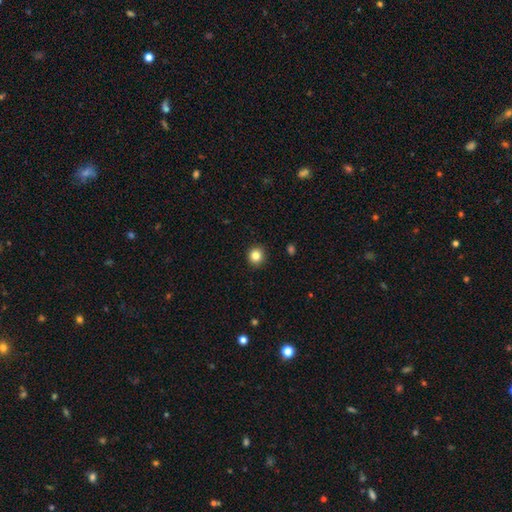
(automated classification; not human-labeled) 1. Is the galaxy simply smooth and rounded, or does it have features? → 84% smooth, 11% star or artifact, 5% featured or disk.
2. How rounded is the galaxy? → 93% round, 6% in between, 1% cigar-shaped.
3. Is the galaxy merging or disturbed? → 92% none, 5% minor disturbance, 2% major disturbance, 1% merger.